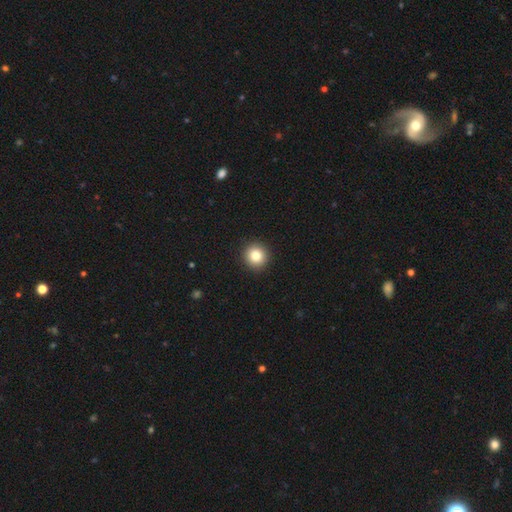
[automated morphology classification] smooth 83%, star or artifact 11%, featured or disk 6%. Down the decision tree: how rounded — round (95%); merging — none (93%).